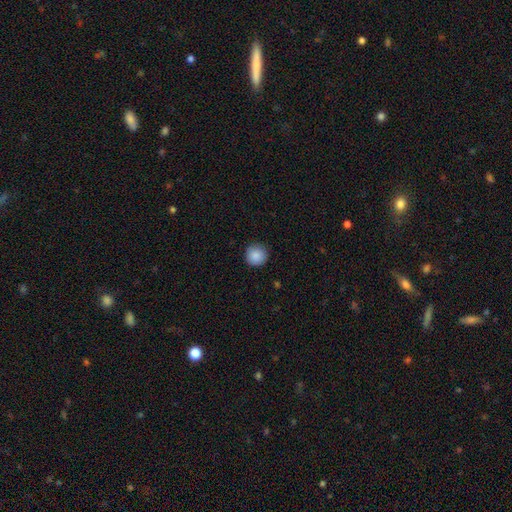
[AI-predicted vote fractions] The model was most divided on "smooth or featured": smooth: 88%, star or artifact: 8%, featured or disk: 3%. More confident: how rounded — round (95%); merging — none (89%).